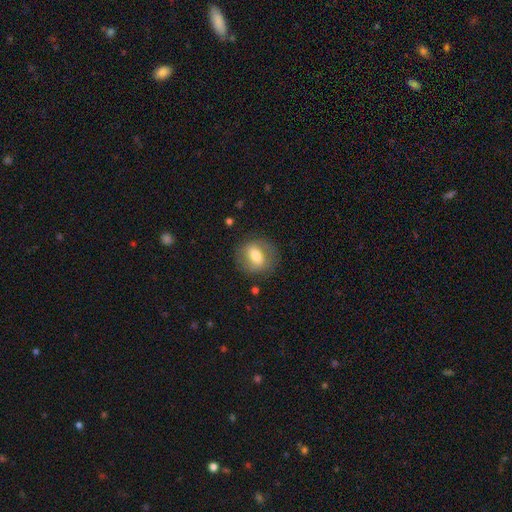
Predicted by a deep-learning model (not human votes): This is possibly a smooth galaxy (57%). How rounded: likely round (62%). Merging: likely none (79%).